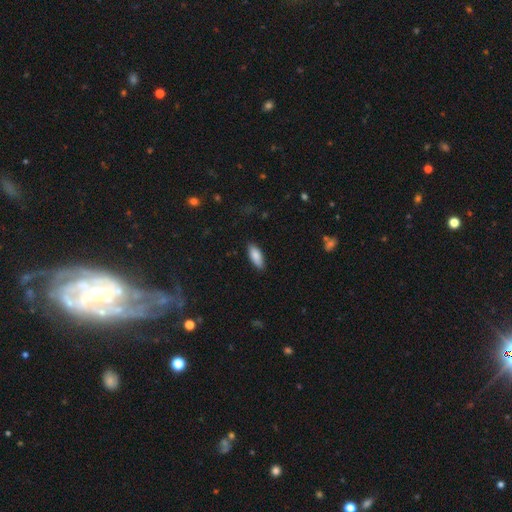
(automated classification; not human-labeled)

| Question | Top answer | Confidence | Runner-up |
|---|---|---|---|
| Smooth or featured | smooth | 86% | featured or disk (7%) |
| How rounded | in between | 77% | cigar-shaped (21%) |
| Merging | none | 85% | minor disturbance (11%) |